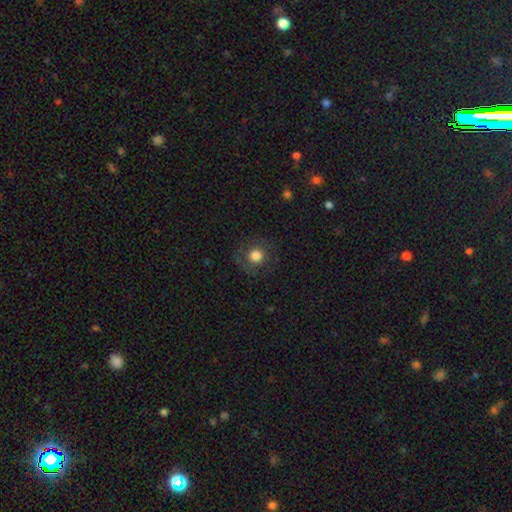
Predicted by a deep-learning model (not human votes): The model was most divided on "smooth or featured": smooth: 80%, star or artifact: 11%, featured or disk: 9%. More confident: how rounded — round (93%); merging — none (84%).